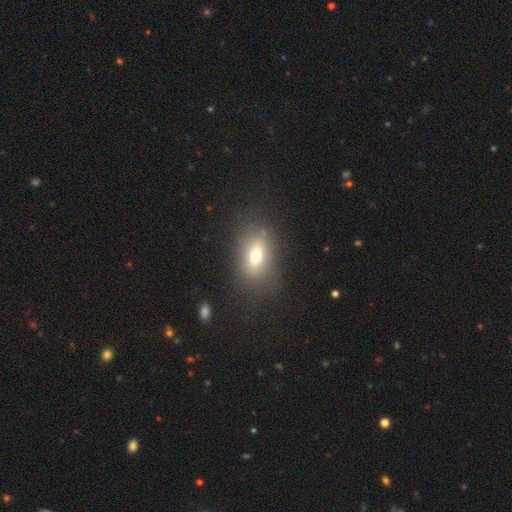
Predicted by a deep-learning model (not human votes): This is likely a smooth galaxy (67%). How rounded: likely in between (77%). Merging: likely none (77%).